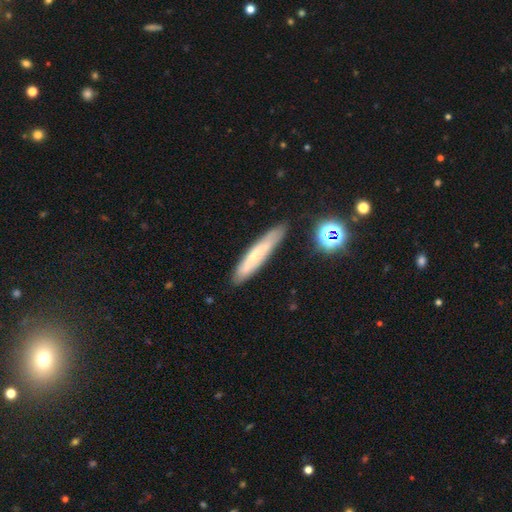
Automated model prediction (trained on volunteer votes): A smooth galaxy with no disk features (59%) that is cigar-shaped (91%).

Vote fractions:
- Smooth or featured? smooth: 59% / featured or disk: 32% / star or artifact: 9%
- How rounded? cigar-shaped: 91% / in between: 8% / round: 2%
- Merging? none: 83% / minor disturbance: 12% / major disturbance: 3% / merger: 2%